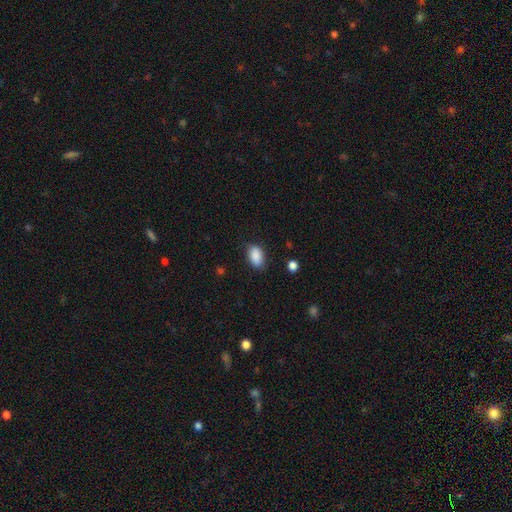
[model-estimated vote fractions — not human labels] smooth 88%, star or artifact 7%, featured or disk 5%. Down the decision tree: how rounded — in between (89%); merging — none (79%).